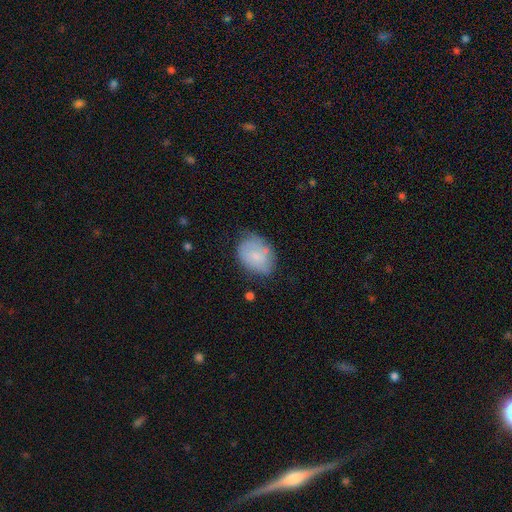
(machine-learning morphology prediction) smooth-or-featured: smooth: 65% | featured or disk: 28% | star or artifact: 7%
  how-rounded: in between: 70% | round: 29% | cigar-shaped: 1%
  merging: none: 58% | minor disturbance: 30% | major disturbance: 8% | merger: 3%